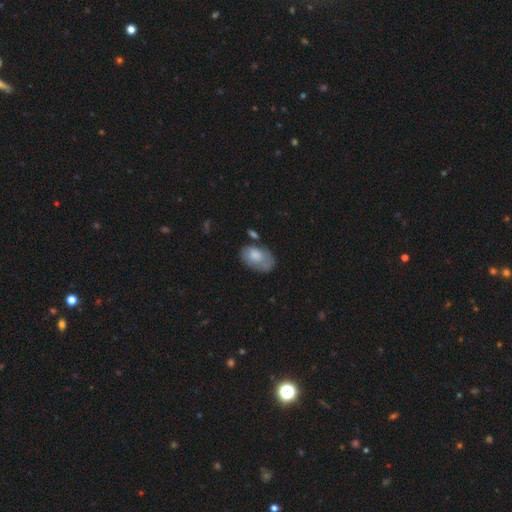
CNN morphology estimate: This appears to be a smooth galaxy with no disk features (71%) that is in between round and cigar-shaped (88%). Merging: none (47%).